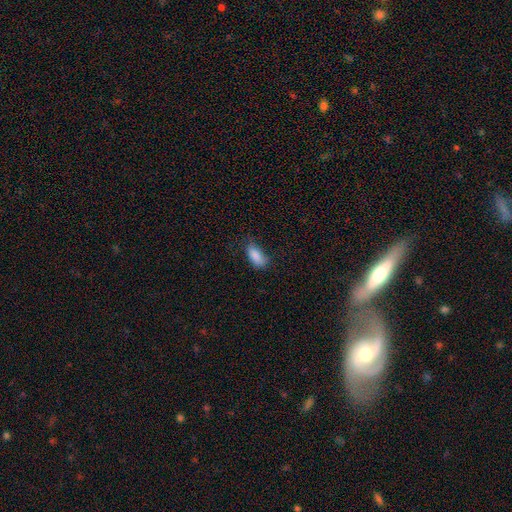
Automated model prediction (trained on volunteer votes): Smooth or featured?
  - smooth: 86% *
  - star or artifact: 8%
  - featured or disk: 6%
How rounded?
  - in between: 90% *
  - cigar-shaped: 7%
  - round: 3%
Merging?
  - none: 60% *
  - minor disturbance: 29%
  - major disturbance: 9%
  - merger: 2%